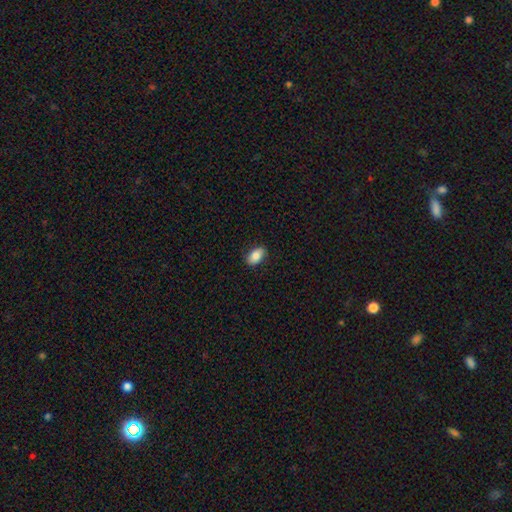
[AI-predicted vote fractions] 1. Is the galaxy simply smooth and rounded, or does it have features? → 83% smooth, 10% featured or disk, 7% star or artifact.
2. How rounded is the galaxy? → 92% in between, 6% round, 2% cigar-shaped.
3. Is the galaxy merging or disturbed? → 86% none, 11% minor disturbance, 2% major disturbance, 1% merger.